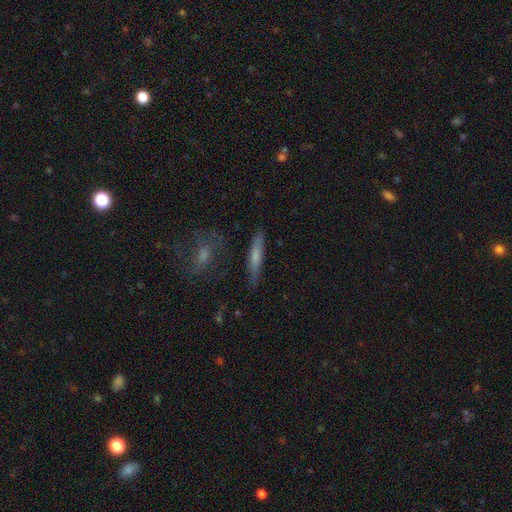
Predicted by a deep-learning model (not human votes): The model was most divided on "smooth or featured": smooth: 60%, featured or disk: 31%, star or artifact: 9%. More confident: how rounded — cigar-shaped (86%); merging — none (80%).